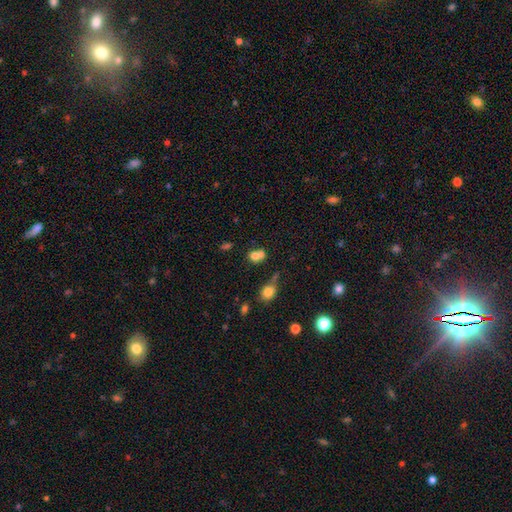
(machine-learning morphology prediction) Smooth or featured? Predicted: smooth (p=0.74). How rounded? Predicted: round (p=0.61). Merging? Predicted: merger (p=0.51).